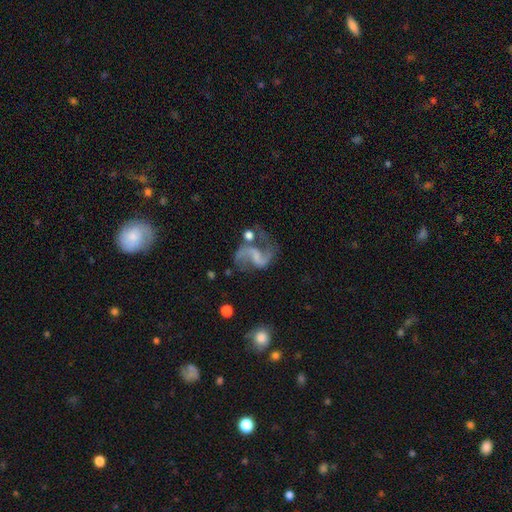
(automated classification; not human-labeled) Morphology: type=featured or disk (87%); edge-on=no (98%); bar=weak (46%); spiral arms=yes (95%); winding=loose (69%); arm count=2 (91%); bulge=none (52%); merging=none (53%).